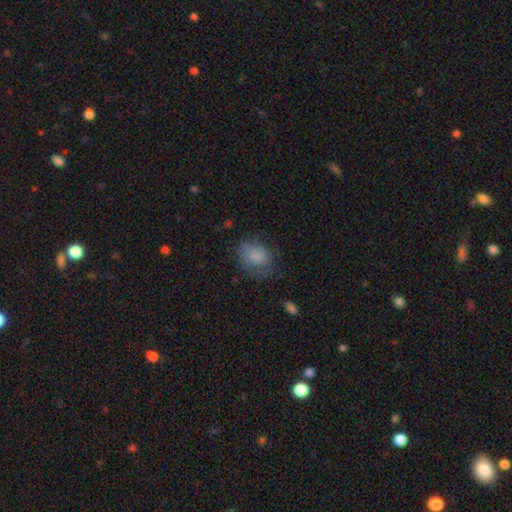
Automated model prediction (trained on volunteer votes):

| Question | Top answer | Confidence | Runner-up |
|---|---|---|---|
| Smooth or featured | smooth | 80% | featured or disk (10%) |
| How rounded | in between | 59% | round (40%) |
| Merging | none | 60% | minor disturbance (25%) |